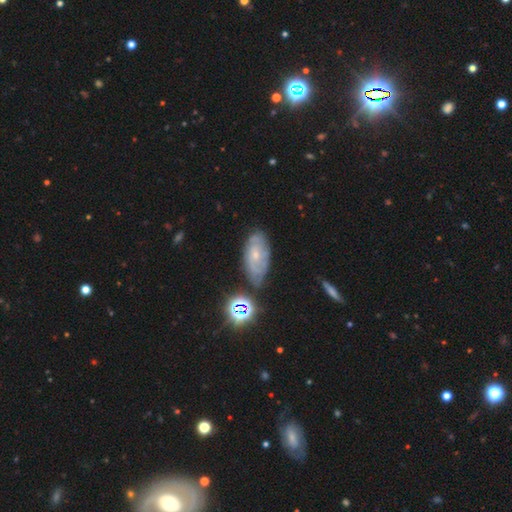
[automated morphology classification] Smooth or featured: featured or disk — 62% (smooth — 27%)
Edge-on disk: no — 92% (yes — 8%)
Bar: no — 73% (weak — 23%)
Spiral arms: yes — 80% (no — 20%)
Bulge size: small — 71% (moderate — 22%)
Merging: none — 67% (minor disturbance — 22%)